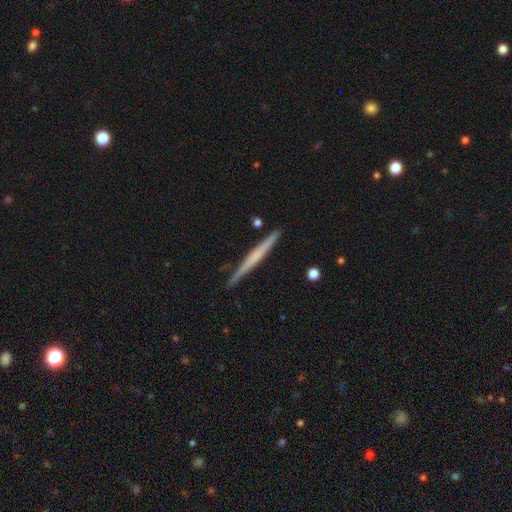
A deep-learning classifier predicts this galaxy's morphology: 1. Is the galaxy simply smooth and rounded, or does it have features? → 58% featured or disk, 37% smooth, 5% star or artifact.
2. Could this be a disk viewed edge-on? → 98% yes, 2% no.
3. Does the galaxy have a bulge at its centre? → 72% none, 19% rounded, 9% boxy.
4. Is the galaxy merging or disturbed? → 90% none, 7% minor disturbance, 1% merger, 1% major disturbance.